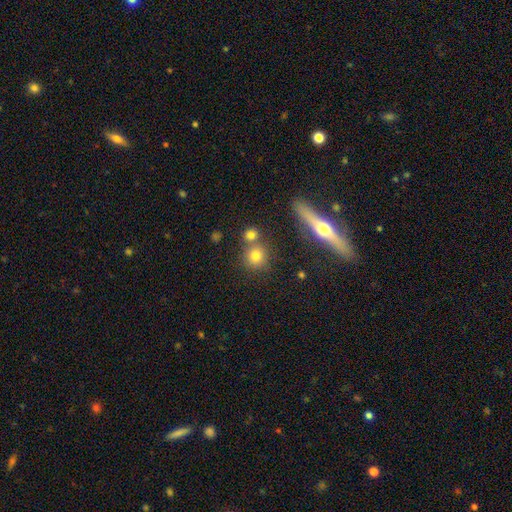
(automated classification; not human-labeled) This is likely a smooth galaxy (74%). How rounded: clearly round (87%). Merging: likely none (64%).